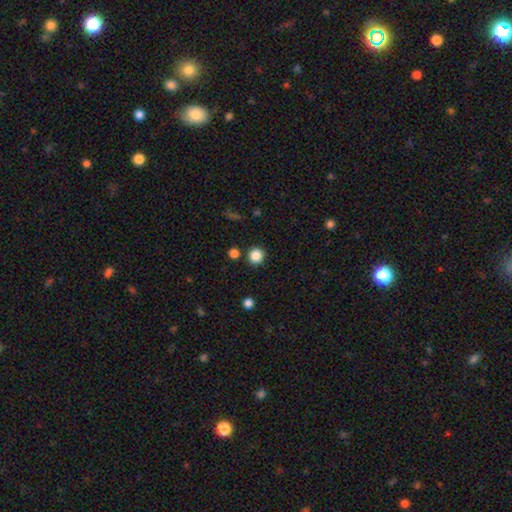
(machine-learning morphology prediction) This appears to be a smooth galaxy with no disk features (85%) that is round (94%). Merging: none (88%).